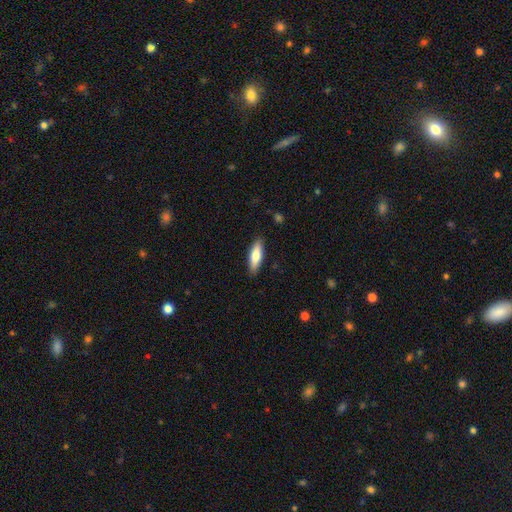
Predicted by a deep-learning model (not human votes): This appears to be a smooth galaxy with no disk features (74%) that is cigar-shaped (52%). Merging: none (88%).